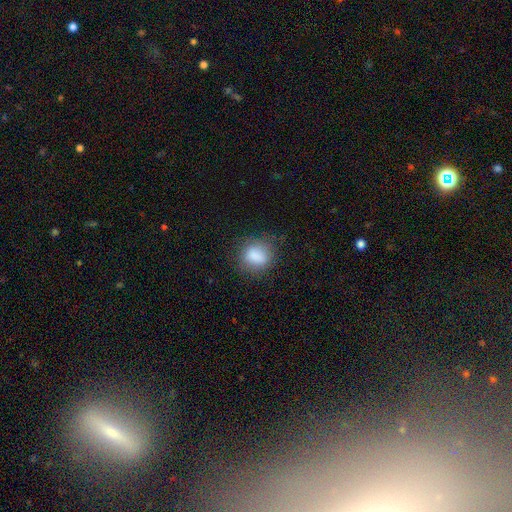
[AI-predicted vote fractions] smooth_or_featured: smooth (p=0.83) [alt: star or artifact p=0.09]
how_rounded: round (p=0.65) [alt: in between p=0.34]
merging: none (p=0.76) [alt: minor disturbance p=0.16]